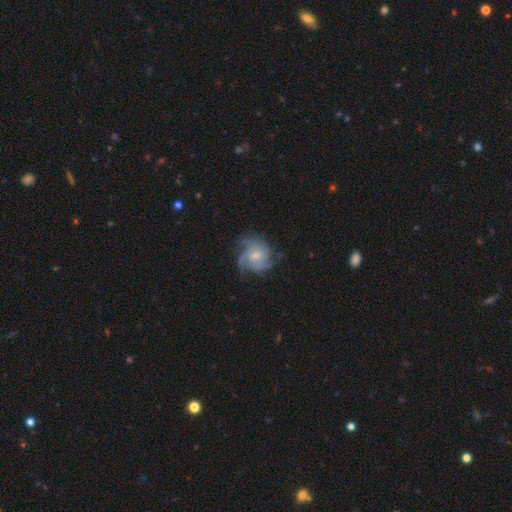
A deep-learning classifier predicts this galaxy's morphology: smooth-or-featured: featured or disk: 73% | smooth: 20% | star or artifact: 8%
  disk-edge-on: no: 98% | yes: 2%
    bar: no: 53% | weak: 41% | strong: 5%
    has-spiral-arms: yes: 88% | no: 12%
      spiral-winding: medium: 42% | tight: 39% | loose: 19%
      spiral-arm-count: can't tell: 33% | 3: 24% | 4: 19% | 2: 12% | more than 4: 6% | 1: 6%
    bulge-size: moderate: 44% | small: 40% | none: 10% | large: 5% | dominant: 1%
  merging: none: 56% | minor disturbance: 23% | major disturbance: 20% | merger: 2%